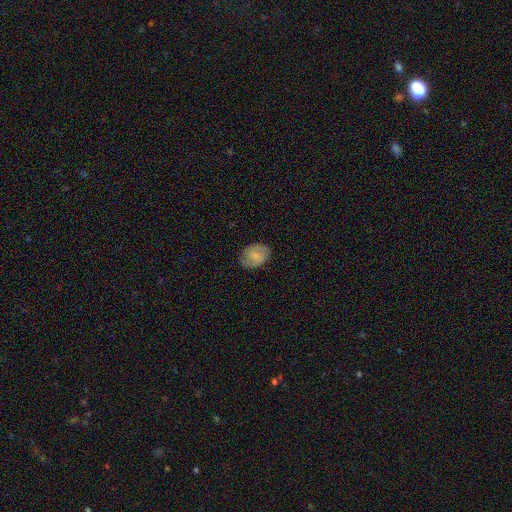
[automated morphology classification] A smooth galaxy with no disk features (62%) that is in between round and cigar-shaped (74%). Merging: none (76%).